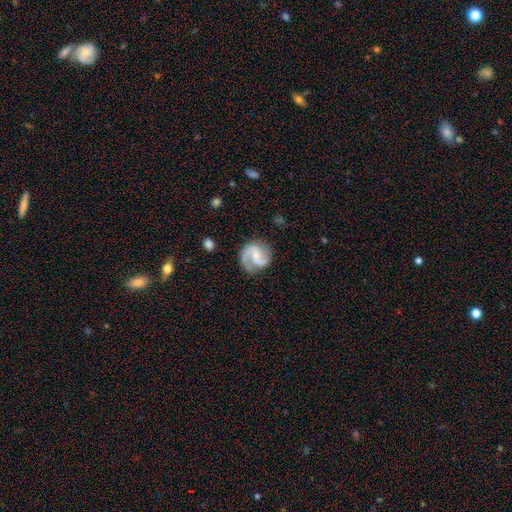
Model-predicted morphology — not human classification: This appears to be a featured or disk galaxy (86%) with no bar (45%), 2 (88%) medium (55%) spiral arms (97%) and a small central bulge (59%). Merging: none (77%).